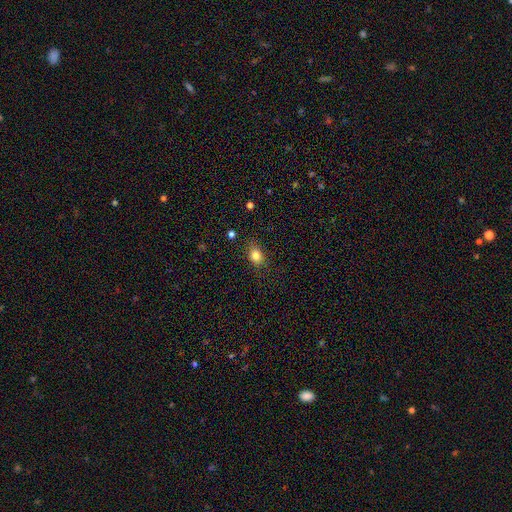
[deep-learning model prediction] Q: Smooth or featured?
A: smooth (82%); runner-up: star or artifact (11%)
Q: How rounded?
A: in between (62%); runner-up: round (37%)
Q: Merging?
A: none (82%); runner-up: minor disturbance (13%)